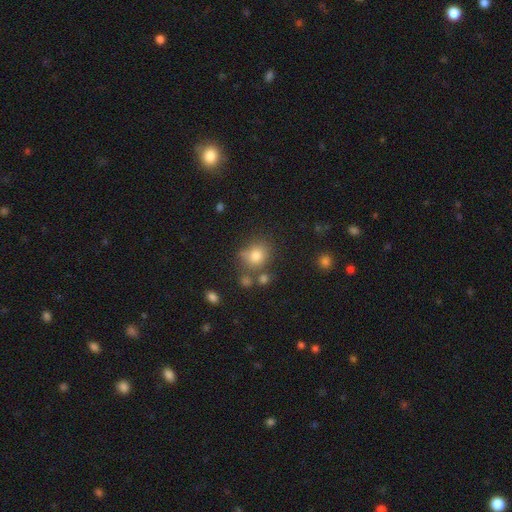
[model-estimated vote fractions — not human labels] Q: Smooth or featured?
A: smooth (78%); runner-up: star or artifact (13%)
Q: How rounded?
A: round (70%); runner-up: in between (29%)
Q: Merging?
A: none (62%); runner-up: minor disturbance (17%)